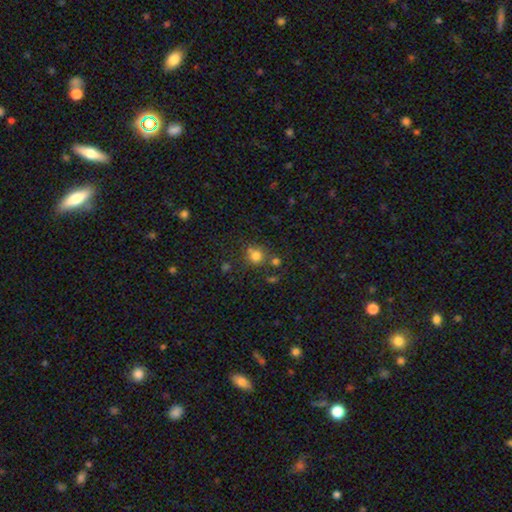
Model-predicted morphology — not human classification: The model was most divided on "merging": none: 66%, merger: 17%, minor disturbance: 12%, major disturbance: 5%. More confident: how rounded — round (86%); smooth or featured — smooth (77%).